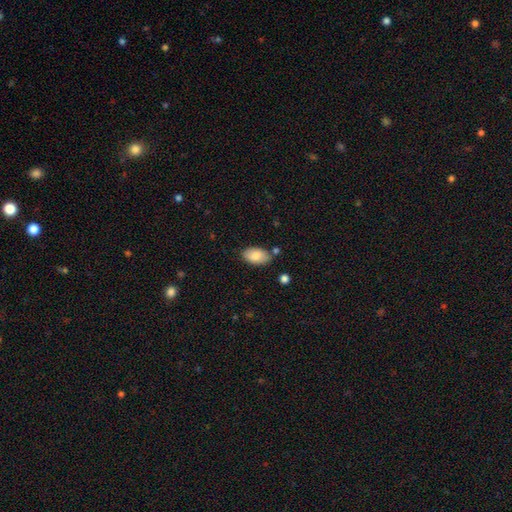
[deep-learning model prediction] This appears to be a smooth galaxy with no disk features (85%) that is in between round and cigar-shaped (94%). Merging: none (76%).